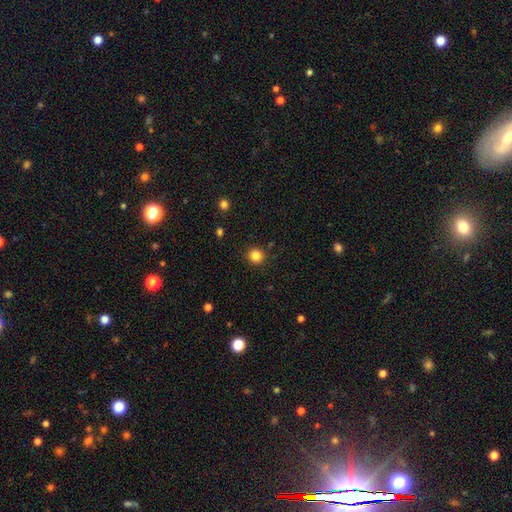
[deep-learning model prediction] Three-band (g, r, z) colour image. It shows a smooth galaxy with no disk features (83%) that is round (92%). Merging: none (90%).